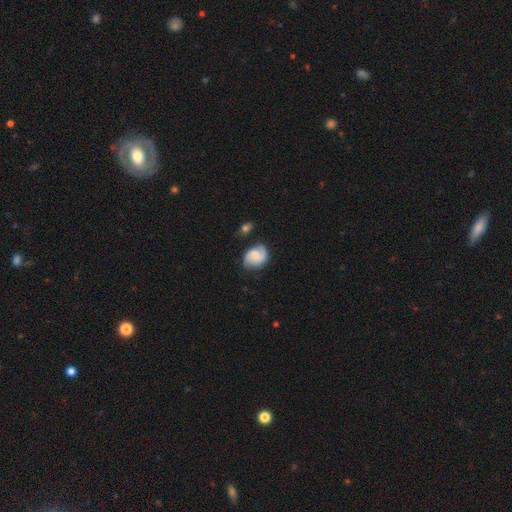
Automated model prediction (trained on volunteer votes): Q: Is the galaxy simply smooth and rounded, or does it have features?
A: featured or disk — 63%.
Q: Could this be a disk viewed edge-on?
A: no — 98%.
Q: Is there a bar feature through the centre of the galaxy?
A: no — 50%.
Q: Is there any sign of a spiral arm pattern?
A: yes — 93%.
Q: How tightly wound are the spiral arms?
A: medium — 45%.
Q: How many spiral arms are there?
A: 2 — 84%.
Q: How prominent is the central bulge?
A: moderate — 39%.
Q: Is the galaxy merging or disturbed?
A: none — 67%.